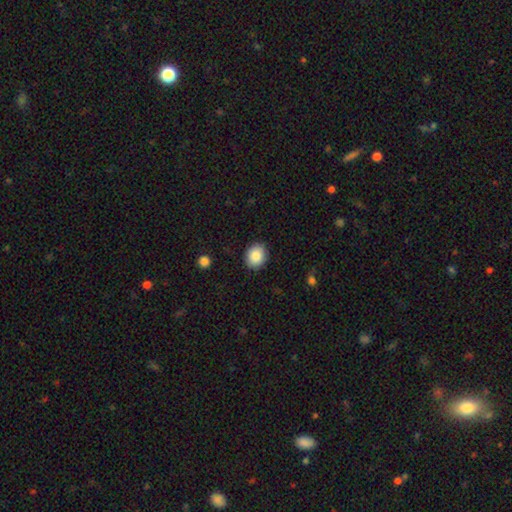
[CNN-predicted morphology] Overall: smooth (87%). How rounded: round (58%; in between 41%). Merging: none (88%).